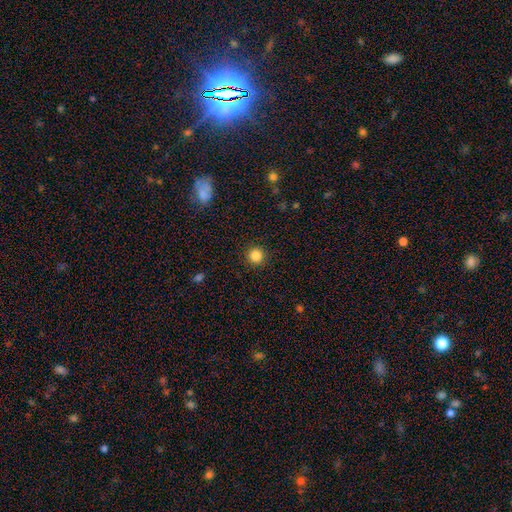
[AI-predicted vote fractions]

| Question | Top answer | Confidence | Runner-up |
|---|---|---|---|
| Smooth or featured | smooth | 85% | star or artifact (11%) |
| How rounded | round | 95% | in between (4%) |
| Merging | none | 92% | minor disturbance (5%) |